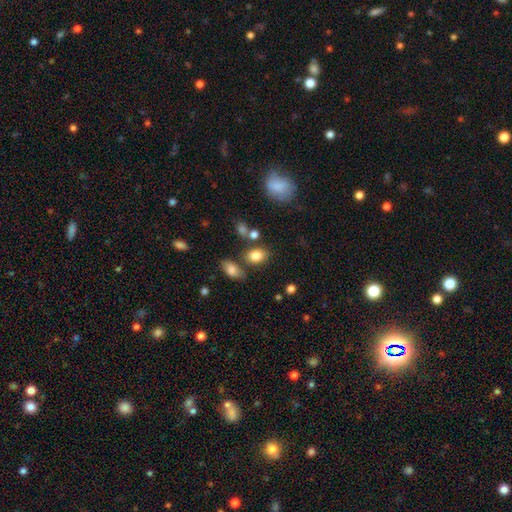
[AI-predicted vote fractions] smooth-or-featured: smooth: 82% | star or artifact: 10% | featured or disk: 8%
  how-rounded: in between: 75% | round: 24% | cigar-shaped: 1%
  merging: none: 70% | minor disturbance: 13% | merger: 12% | major disturbance: 5%